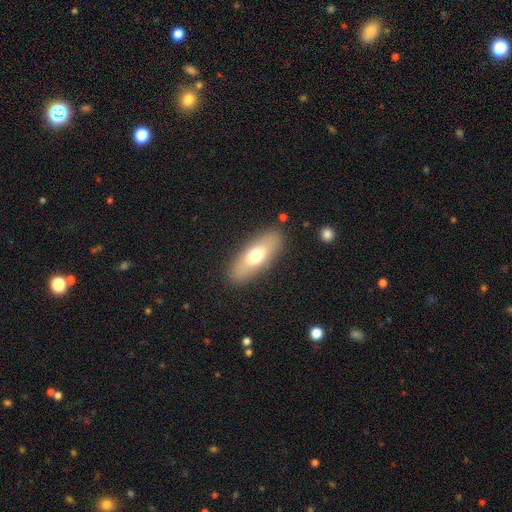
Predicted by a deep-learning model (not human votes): Smooth or featured: smooth — 66% (featured or disk — 28%)
How rounded: in between — 70% (cigar-shaped — 27%)
Merging: none — 86% (minor disturbance — 9%)